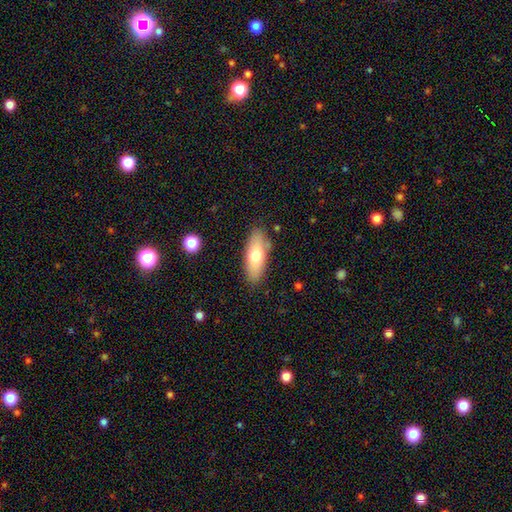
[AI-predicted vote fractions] This is likely a smooth galaxy (70%). How rounded: likely in between (70%). Merging: clearly none (83%).